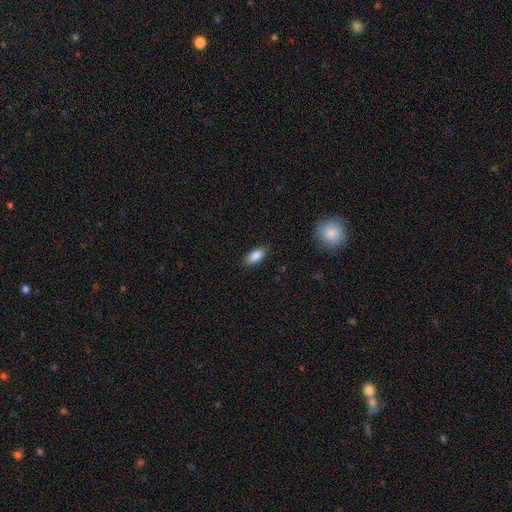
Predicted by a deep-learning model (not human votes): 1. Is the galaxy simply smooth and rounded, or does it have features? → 86% smooth, 8% star or artifact, 6% featured or disk.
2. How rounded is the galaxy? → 90% in between, 7% cigar-shaped, 4% round.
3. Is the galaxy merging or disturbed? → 84% none, 13% minor disturbance, 3% major disturbance, 1% merger.